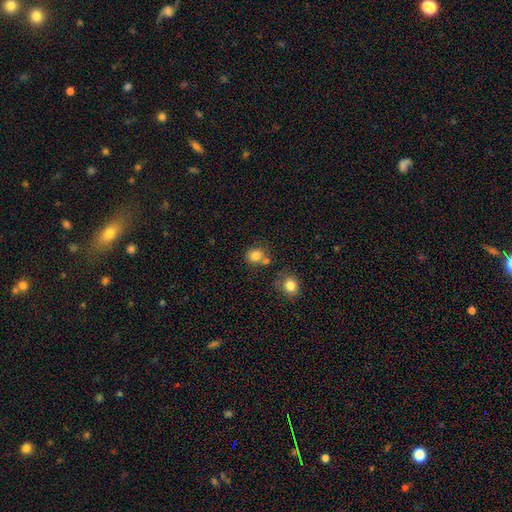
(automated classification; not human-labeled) Smooth or featured?
  - smooth: 81% *
  - star or artifact: 11%
  - featured or disk: 7%
How rounded?
  - round: 73% *
  - in between: 26%
  - cigar-shaped: 1%
Merging?
  - none: 61% *
  - merger: 23%
  - minor disturbance: 12%
  - major disturbance: 4%